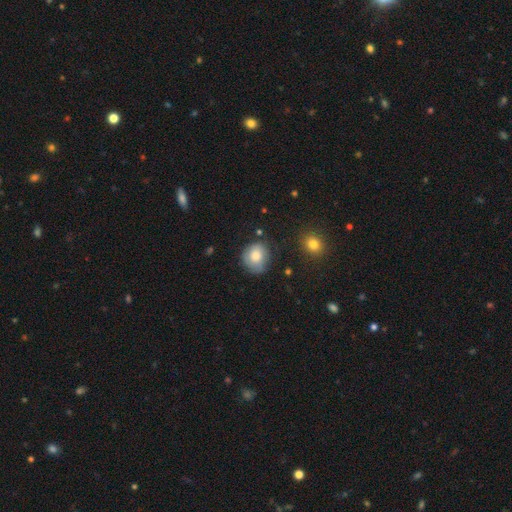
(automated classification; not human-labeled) Smooth or featured? Predicted: smooth (p=0.77). How rounded? Predicted: round (p=0.71). Merging? Predicted: none (p=0.67).